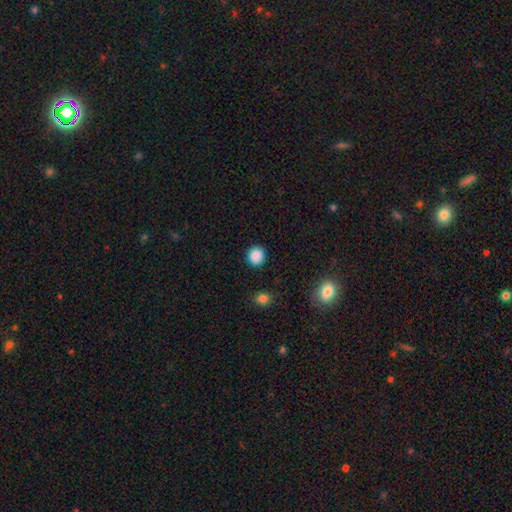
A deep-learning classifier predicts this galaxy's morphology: Smooth or featured? smooth (87%)
How rounded? round (88%)
Merging? none (89%)